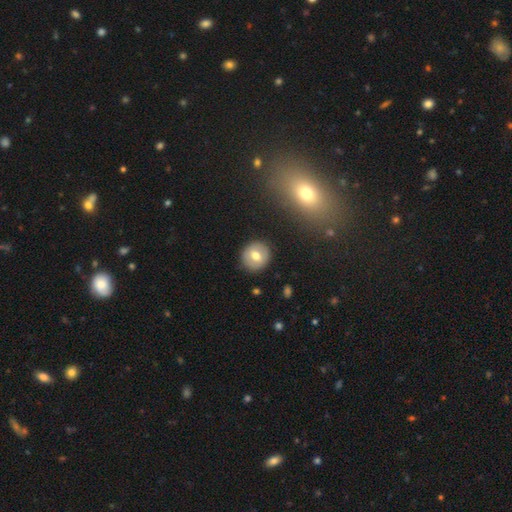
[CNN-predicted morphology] Q: Smooth or featured?
A: smooth (67%); runner-up: featured or disk (25%)
Q: How rounded?
A: round (88%); runner-up: in between (11%)
Q: Merging?
A: none (90%); runner-up: minor disturbance (7%)